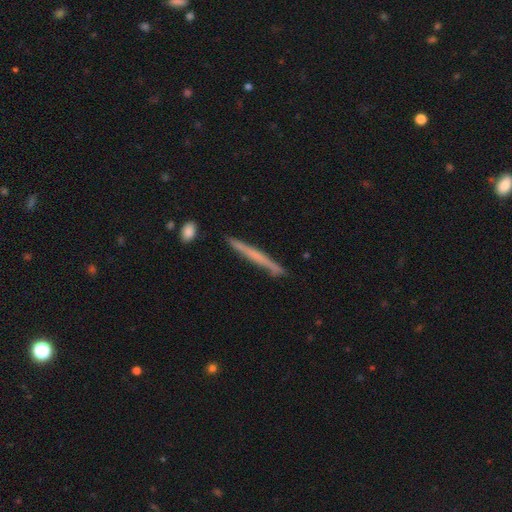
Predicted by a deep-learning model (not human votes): Smooth or featured: featured or disk — 47% (tied with smooth — 47%)
Merging: none — 88% (minor disturbance — 8%)